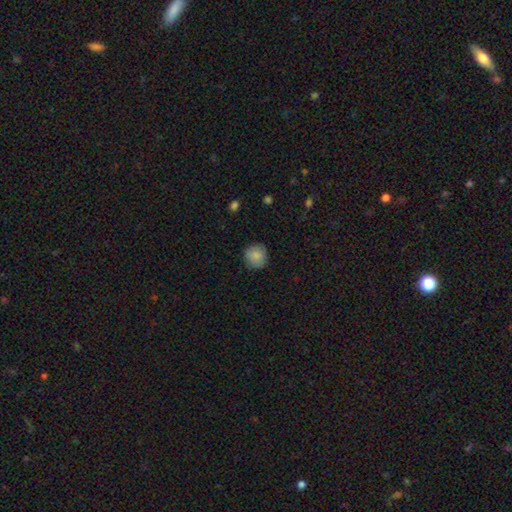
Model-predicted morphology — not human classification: Overall: smooth (83%). How rounded: round (90%). Merging: none (84%).